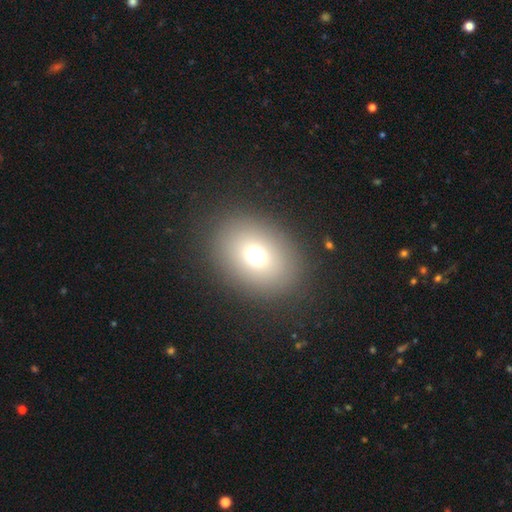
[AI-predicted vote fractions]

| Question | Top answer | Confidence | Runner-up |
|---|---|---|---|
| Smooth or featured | smooth | 70% | star or artifact (16%) |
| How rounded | in between | 57% | round (42%) |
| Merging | none | 86% | minor disturbance (8%) |